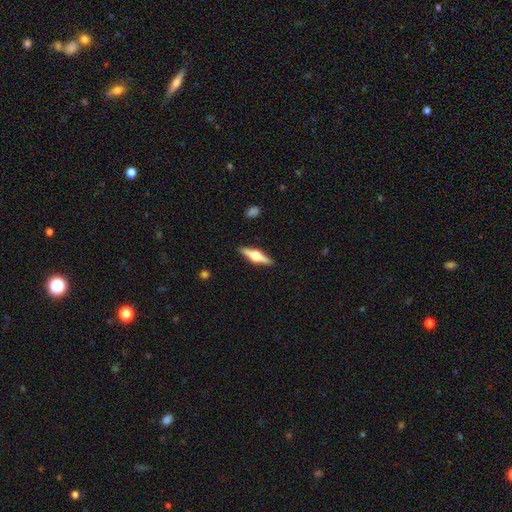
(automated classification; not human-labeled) Smooth or featured?
  - featured or disk: 69% *
  - smooth: 25%
  - star or artifact: 5%
Edge-on disk?
  - yes: 97% *
  - no: 3%
Edge-on bulge?
  - rounded: 95% *
  - boxy: 4%
  - none: 1%
Merging?
  - none: 90% *
  - minor disturbance: 7%
  - major disturbance: 2%
  - merger: 1%